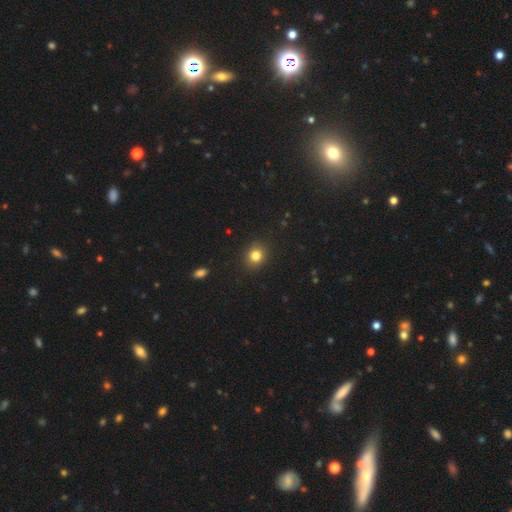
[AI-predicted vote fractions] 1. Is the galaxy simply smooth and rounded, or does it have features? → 82% smooth, 12% star or artifact, 6% featured or disk.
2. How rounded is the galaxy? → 74% round, 25% in between, 1% cigar-shaped.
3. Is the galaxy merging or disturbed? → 90% none, 7% minor disturbance, 2% major disturbance, 1% merger.